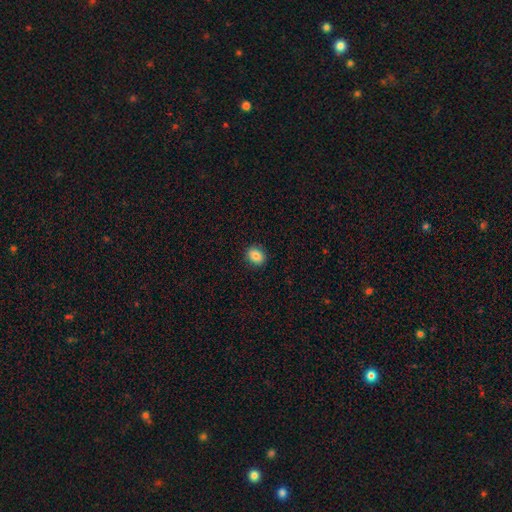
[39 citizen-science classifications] Overall: smooth (79%). How rounded: round (58%; in between 42%). Merging: none (83%).